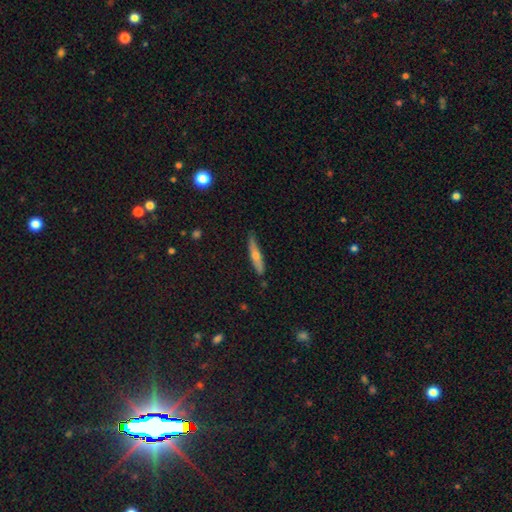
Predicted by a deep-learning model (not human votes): Morphology: type=featured or disk (53%); edge-on=yes (92%); merging=none (85%).